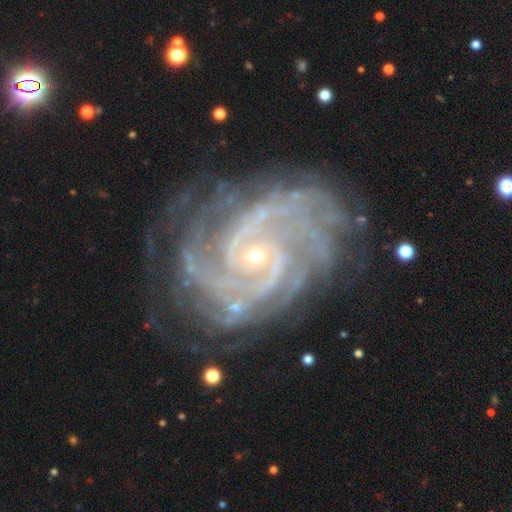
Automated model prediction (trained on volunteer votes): A featured or disk galaxy (93%) with no bar (65%), 2 (36%) tight (68%) spiral arms (99%) and a small central bulge (72%). Merging: none (72%).